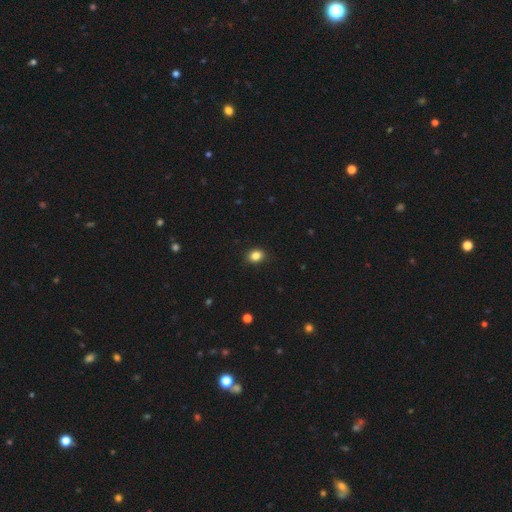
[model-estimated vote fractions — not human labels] Overall: smooth (84%). How rounded: round (53%; in between 46%). Merging: none (88%).